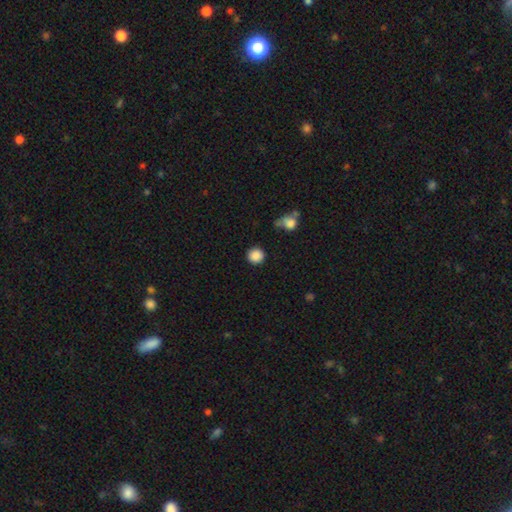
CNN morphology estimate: smooth-or-featured: smooth: 88% | star or artifact: 9% | featured or disk: 3%
  how-rounded: round: 94% | in between: 5% | cigar-shaped: 1%
  merging: none: 88% | minor disturbance: 7% | major disturbance: 3% | merger: 2%